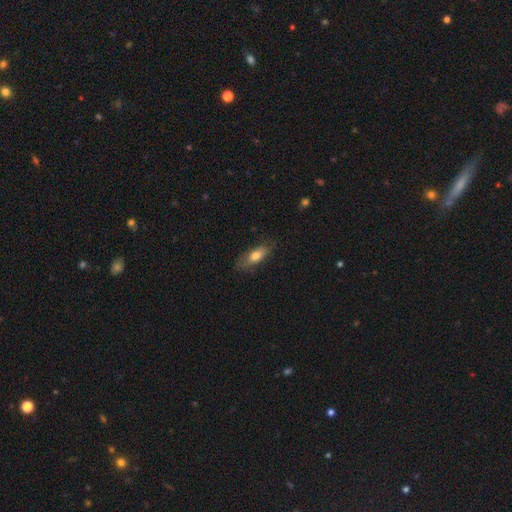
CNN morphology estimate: A smooth galaxy with no disk features (71%) that is in between round and cigar-shaped (70%).

Vote fractions:
- Smooth or featured? smooth: 71% / featured or disk: 22% / star or artifact: 7%
- How rounded? in between: 70% / cigar-shaped: 27% / round: 3%
- Merging? none: 74% / minor disturbance: 20% / major disturbance: 5% / merger: 1%